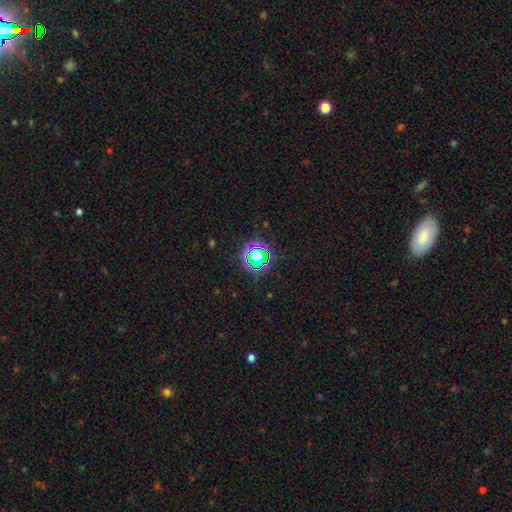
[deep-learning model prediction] Q: Smooth or featured?
A: star or artifact (61%); runner-up: smooth (28%)